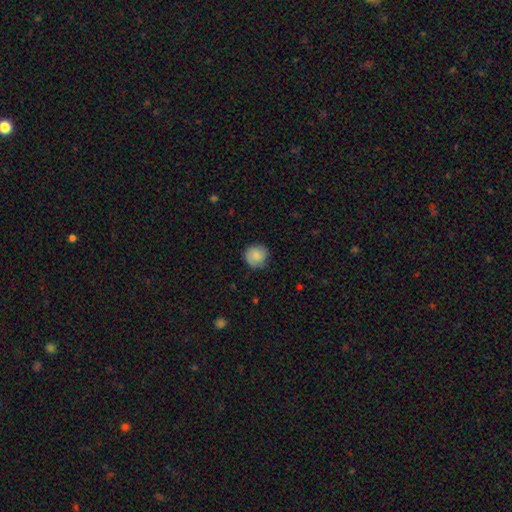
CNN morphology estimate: smooth-or-featured: smooth: 75% | featured or disk: 17% | star or artifact: 7%
  how-rounded: round: 89% | in between: 10% | cigar-shaped: 1%
  merging: none: 79% | minor disturbance: 16% | major disturbance: 4% | merger: 1%